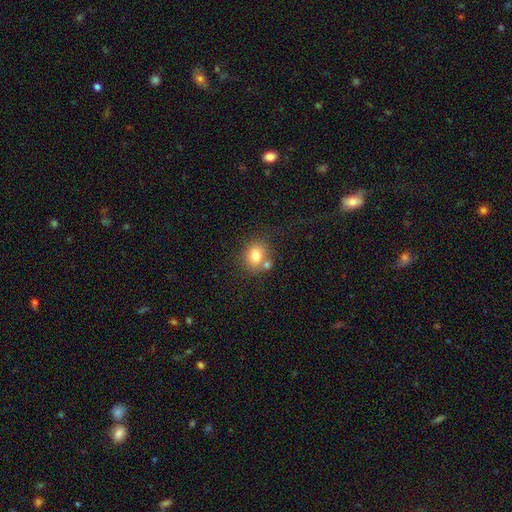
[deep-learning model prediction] Overall: smooth (77%). How rounded: round (70%). Merging: none (62%).